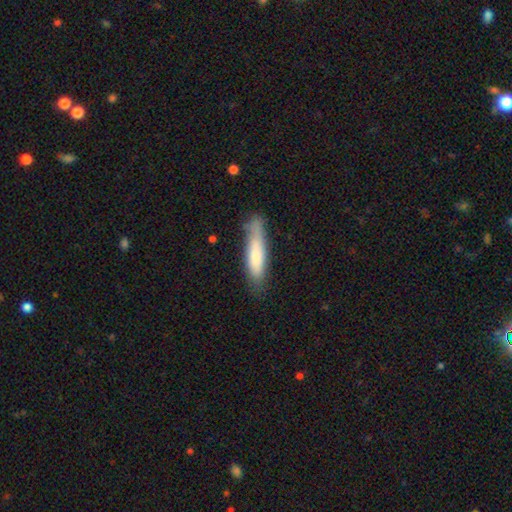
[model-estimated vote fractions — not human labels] Overall: smooth (75%). How rounded: cigar-shaped (78%). Merging: none (68%).